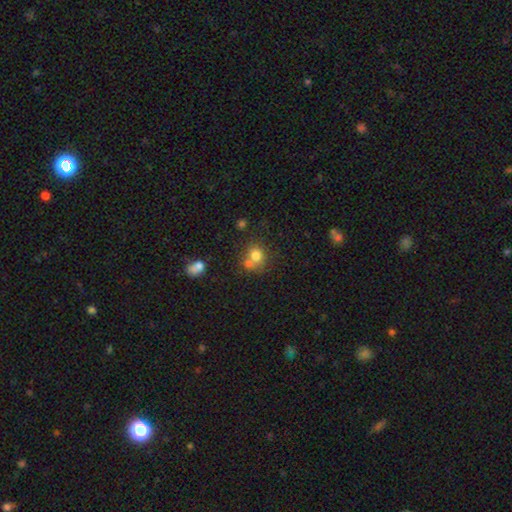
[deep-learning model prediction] smooth_or_featured: smooth (p=0.76) [alt: star or artifact p=0.12]
how_rounded: round (p=0.72) [alt: in between p=0.27]
merging: none (p=0.47) [alt: merger p=0.36]